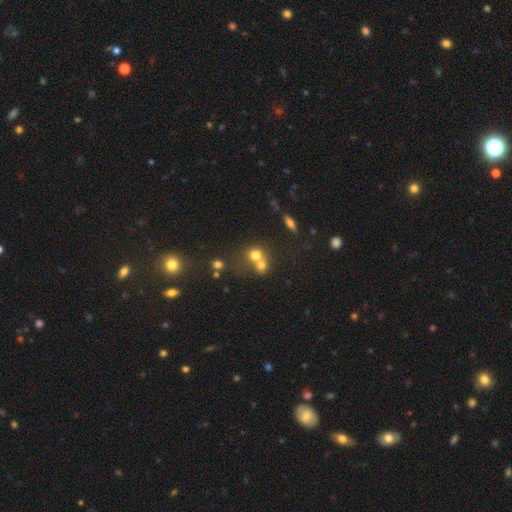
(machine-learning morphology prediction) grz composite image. It shows a smooth galaxy with no disk features (68%) that is round (77%). Merging: merger (58%).